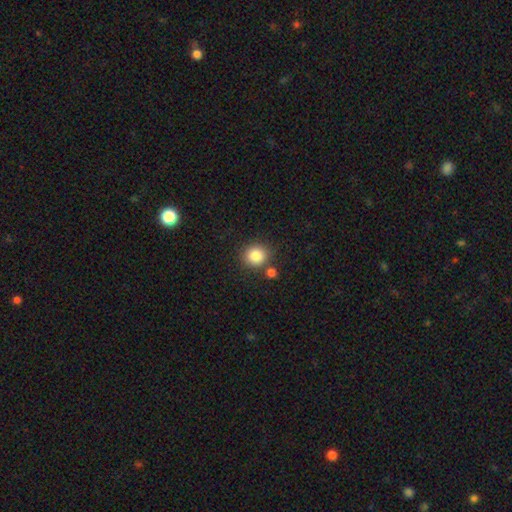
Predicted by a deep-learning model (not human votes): smooth-or-featured: smooth: 86% | star or artifact: 10% | featured or disk: 5%
  how-rounded: round: 84% | in between: 15% | cigar-shaped: 1%
  merging: none: 77% | merger: 10% | minor disturbance: 9% | major disturbance: 3%